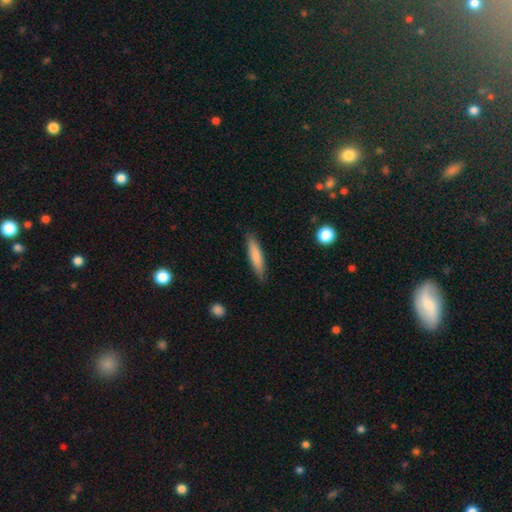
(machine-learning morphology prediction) type=smooth (80%); roundness=cigar-shaped (85%); merging=none (86%).